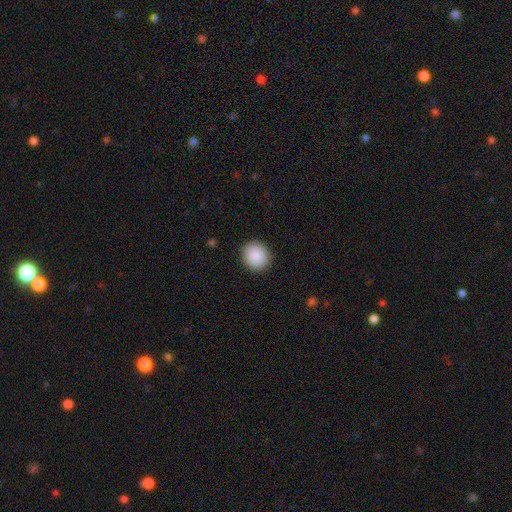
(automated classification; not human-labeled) smooth 90%, star or artifact 7%, featured or disk 3%. Down the decision tree: how rounded — round (84%); merging — none (91%).